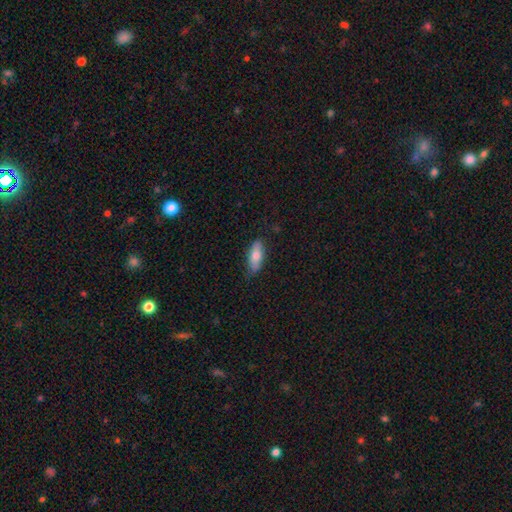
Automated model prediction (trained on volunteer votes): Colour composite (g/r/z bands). It shows a smooth galaxy with no disk features (71%) that is in between round and cigar-shaped (69%). Merging: none (78%).